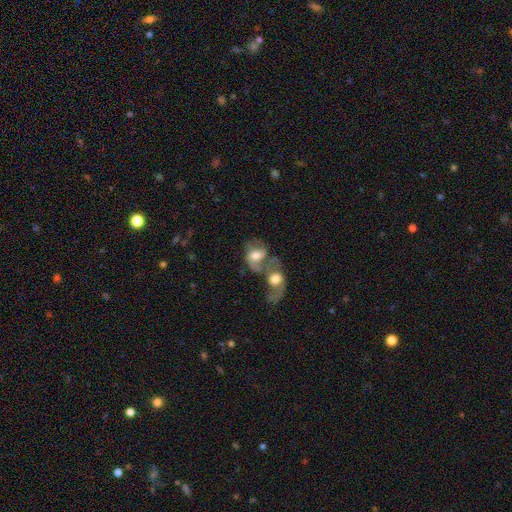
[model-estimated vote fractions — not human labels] Smooth or featured: featured or disk — 49% (smooth — 43%)
Merging: merger — 71% (none — 13%)